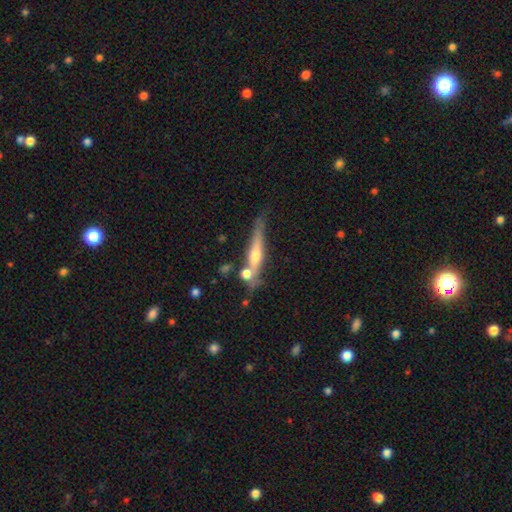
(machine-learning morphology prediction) featured or disk 59%, smooth 34%, star or artifact 7%. Down the decision tree: edge-on disk — yes (90%); edge-on bulge — rounded (84%); merging — none (59%).